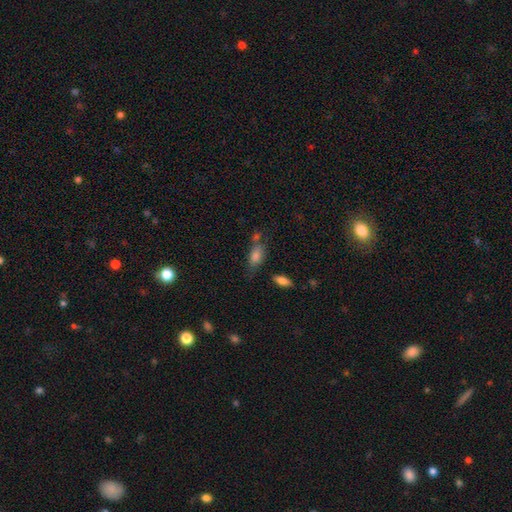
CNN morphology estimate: Q: Smooth or featured?
A: smooth (78%); runner-up: featured or disk (12%)
Q: How rounded?
A: in between (84%); runner-up: cigar-shaped (9%)
Q: Merging?
A: none (53%); runner-up: minor disturbance (22%)